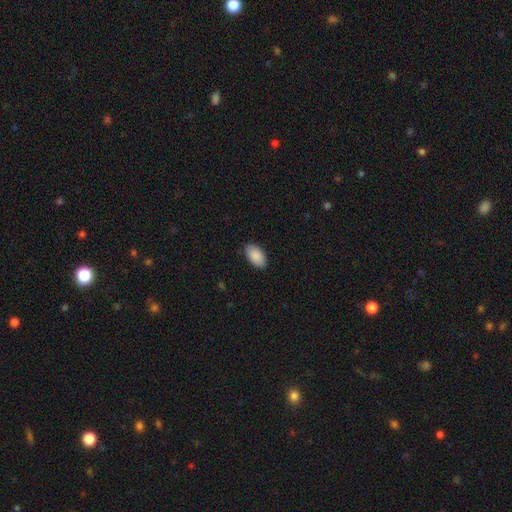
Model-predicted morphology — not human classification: type=smooth (90%); roundness=in between (95%); merging=none (86%).